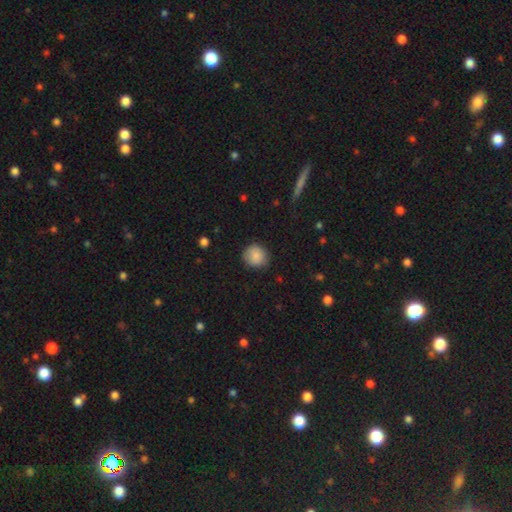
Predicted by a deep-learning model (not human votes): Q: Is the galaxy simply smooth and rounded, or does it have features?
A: smooth — 87%.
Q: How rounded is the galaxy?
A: round — 85%.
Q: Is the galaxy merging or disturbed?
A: none — 83%.